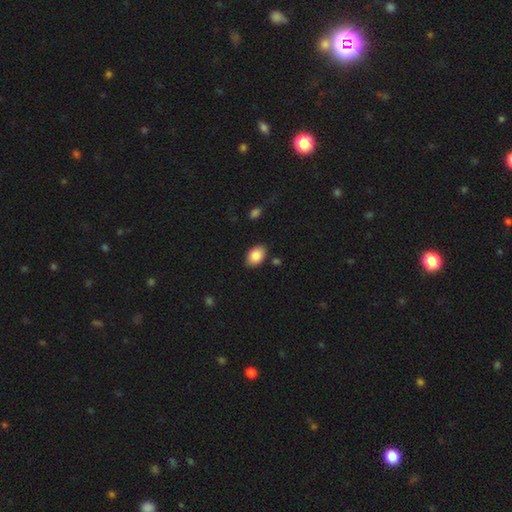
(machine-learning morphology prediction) smooth 86%, featured or disk 7%, star or artifact 7%. Down the decision tree: how rounded — in between (88%); merging — none (85%).